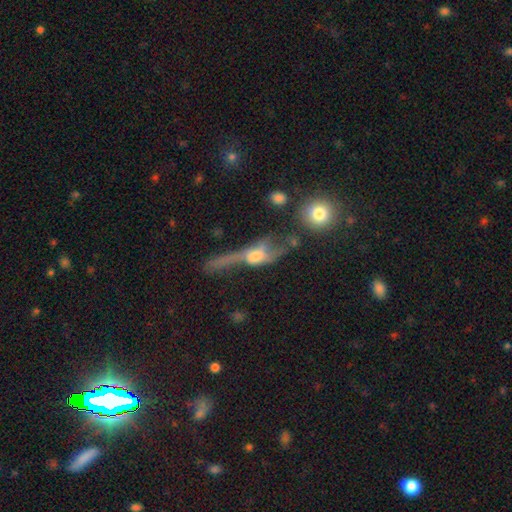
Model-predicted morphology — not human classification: Overall: featured or disk (62%; smooth 27%). Edge-on disk: no (52%; yes 48%). Merging: major disturbance (36%; none 29%).